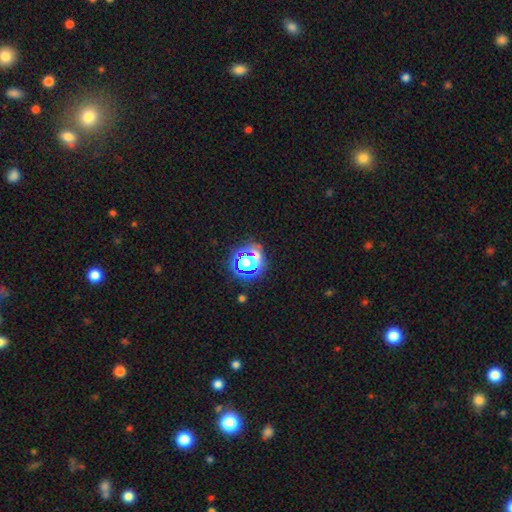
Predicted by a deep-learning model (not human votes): Smooth or featured? star or artifact (44%)